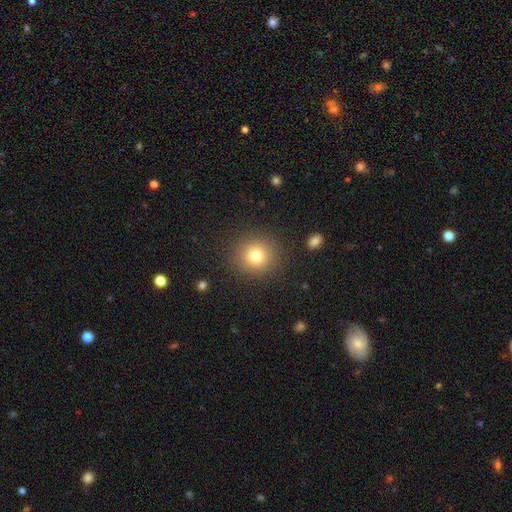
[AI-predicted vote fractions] Overall: smooth (78%). How rounded: round (90%). Merging: none (88%).